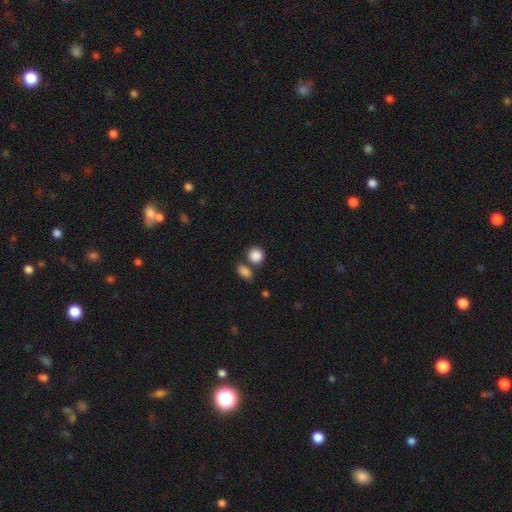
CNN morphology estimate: A smooth galaxy with no disk features (87%) that is round (78%). Merging: none (64%).